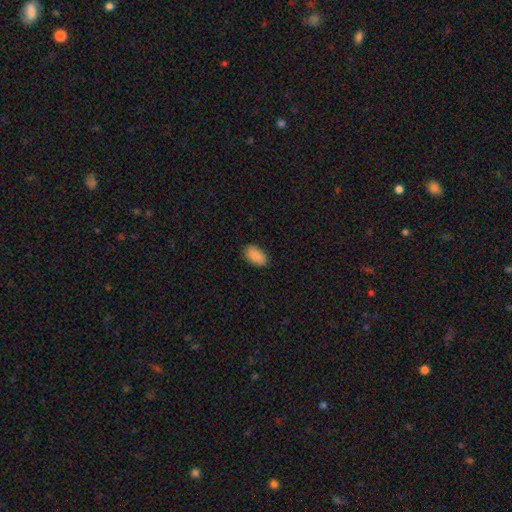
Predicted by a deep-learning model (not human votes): A smooth galaxy with no disk features (90%) that is in between round and cigar-shaped (94%). Merging: none (87%).